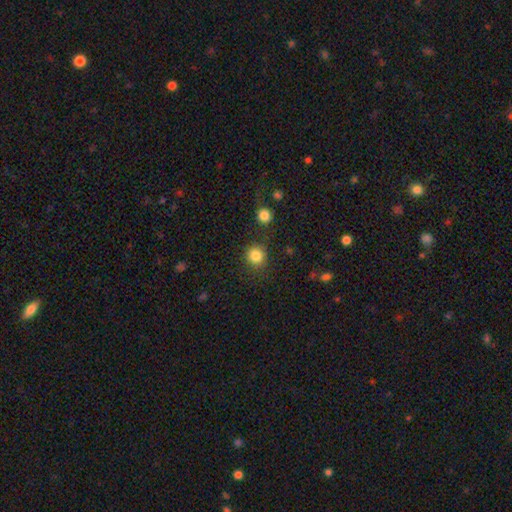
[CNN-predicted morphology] This is clearly a smooth galaxy (84%). How rounded: clearly round (92%). Merging: clearly none (86%).